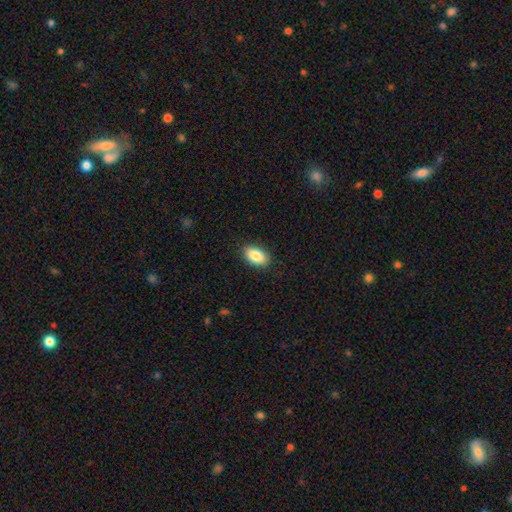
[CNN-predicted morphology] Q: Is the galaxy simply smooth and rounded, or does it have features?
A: smooth — 86%.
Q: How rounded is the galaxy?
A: in between — 92%.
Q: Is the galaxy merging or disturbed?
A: none — 88%.